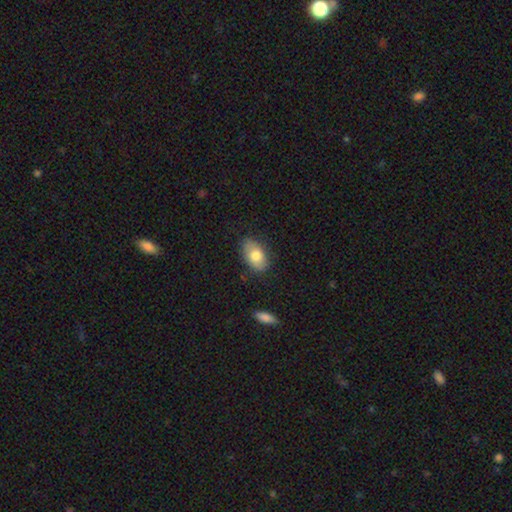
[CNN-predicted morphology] Smooth or featured?
  - smooth: 75% *
  - featured or disk: 19%
  - star or artifact: 6%
How rounded?
  - in between: 92% *
  - round: 7%
  - cigar-shaped: 2%
Merging?
  - none: 80% *
  - minor disturbance: 16%
  - major disturbance: 3%
  - merger: 2%